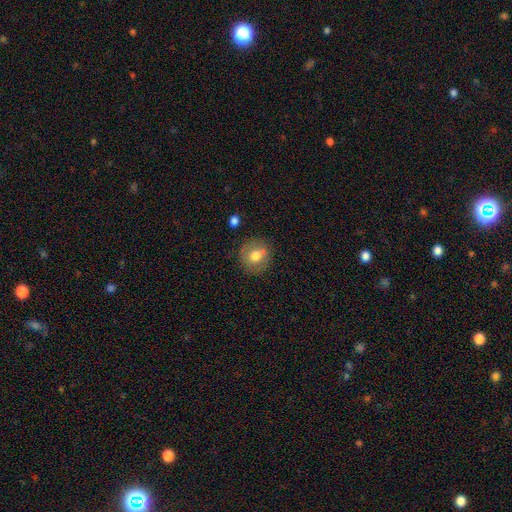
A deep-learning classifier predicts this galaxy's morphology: Smooth or featured? Predicted: smooth (p=0.70). How rounded? Predicted: round (p=0.82). Merging? Predicted: none (p=0.84).